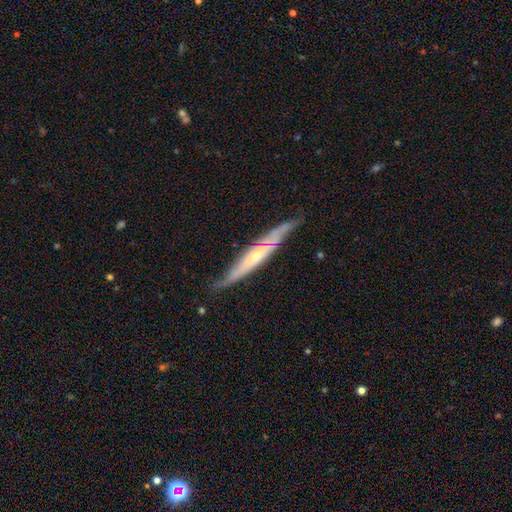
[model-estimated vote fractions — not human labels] Smooth or featured? Predicted: featured or disk (p=0.70). Edge-on disk? Predicted: yes (p=0.76). Edge-on bulge? Predicted: rounded (p=0.61). Merging? Predicted: none (p=0.69).